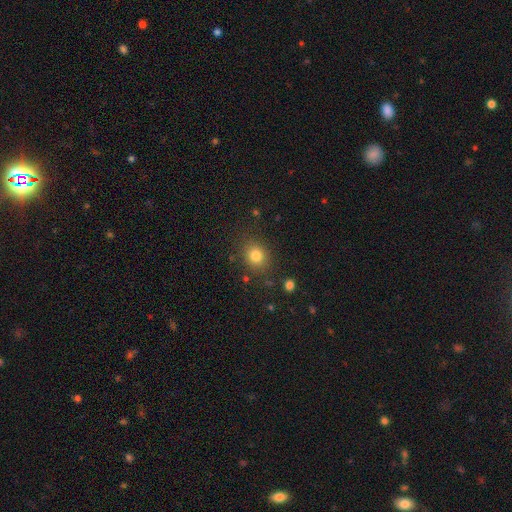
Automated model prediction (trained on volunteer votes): Overall: smooth (81%). How rounded: round (66%; in between 34%). Merging: none (83%).